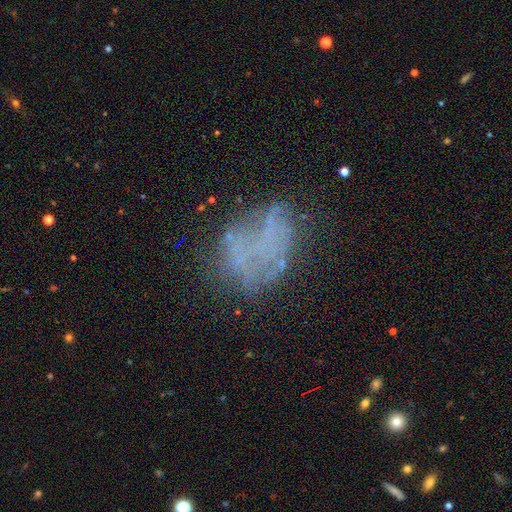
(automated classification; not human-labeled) smooth_or_featured: featured or disk (p=0.49) [alt: smooth p=0.28]
merging: none (p=0.55) [alt: major disturbance p=0.21]